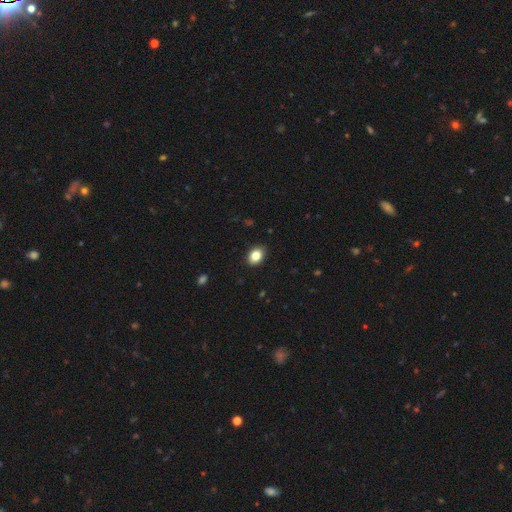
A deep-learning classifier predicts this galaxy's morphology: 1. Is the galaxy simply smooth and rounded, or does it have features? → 84% smooth, 9% star or artifact, 7% featured or disk.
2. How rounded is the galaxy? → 70% in between, 29% round, 1% cigar-shaped.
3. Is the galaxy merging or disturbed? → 89% none, 8% minor disturbance, 2% major disturbance, 1% merger.